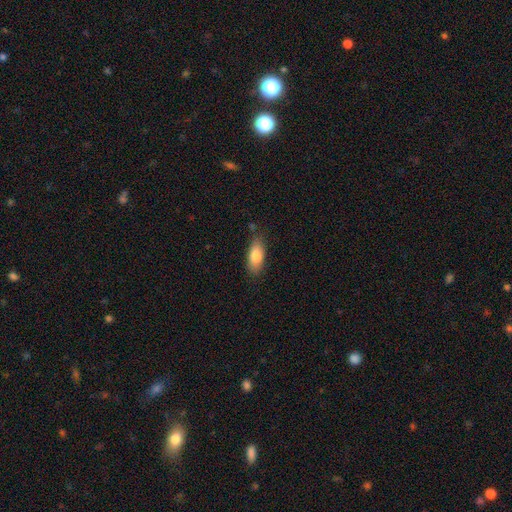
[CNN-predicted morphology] The model was most divided on "merging": none: 78%, minor disturbance: 16%, major disturbance: 3%, merger: 2%. More confident: how rounded — in between (85%); smooth or featured — smooth (82%).